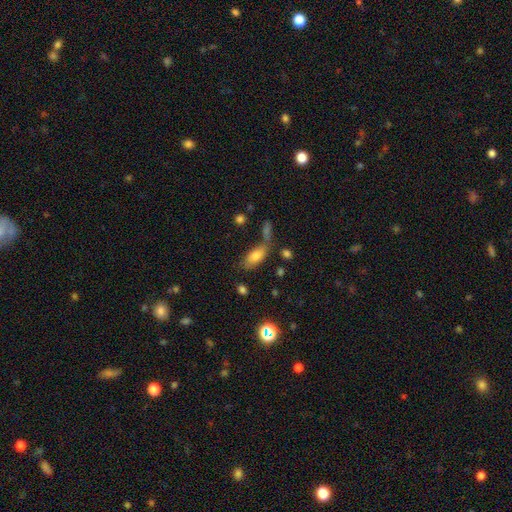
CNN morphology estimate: The model was most divided on "merging": none: 53%, merger: 22%, minor disturbance: 18%, major disturbance: 8%. More confident: how rounded — in between (85%); smooth or featured — smooth (77%).